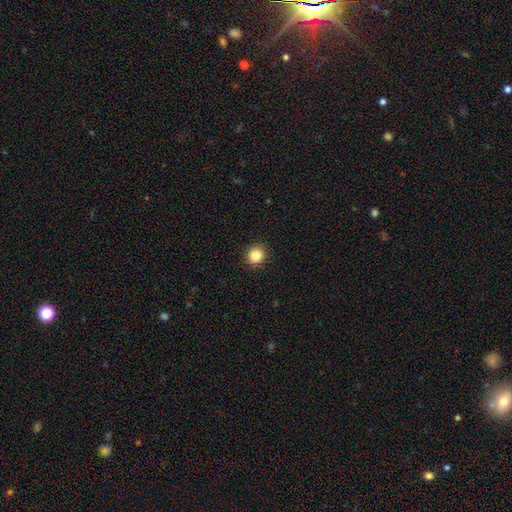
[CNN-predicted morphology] smooth 85%, star or artifact 11%, featured or disk 5%. Down the decision tree: how rounded — round (88%); merging — none (92%).